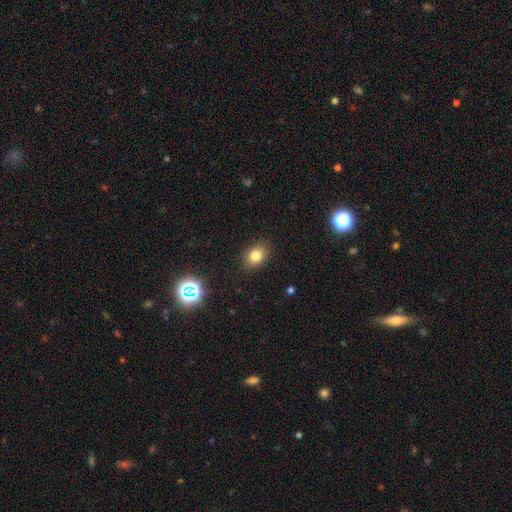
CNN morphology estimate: A smooth galaxy with no disk features (79%) that is in between round and cigar-shaped (60%).

Vote fractions:
- Smooth or featured? smooth: 79% / star or artifact: 13% / featured or disk: 8%
- How rounded? in between: 60% / round: 39% / cigar-shaped: 1%
- Merging? none: 86% / minor disturbance: 10% / major disturbance: 3% / merger: 1%